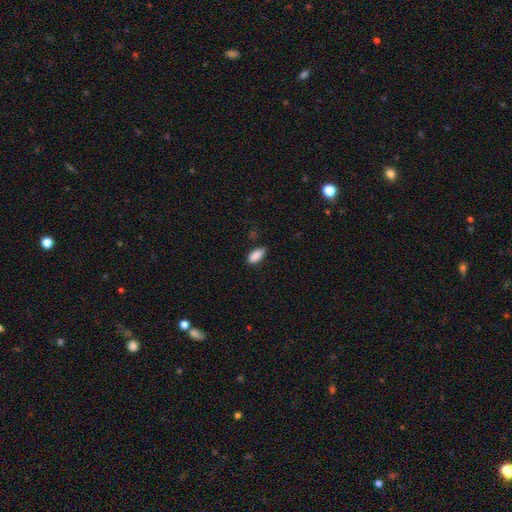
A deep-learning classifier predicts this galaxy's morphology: smooth 89%, star or artifact 7%, featured or disk 4%. Down the decision tree: how rounded — in between (85%); merging — none (75%).